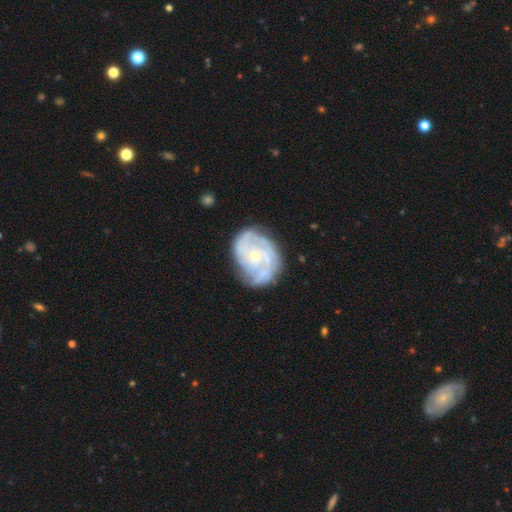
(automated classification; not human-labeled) smooth_or_featured: featured or disk (p=0.80) [alt: smooth p=0.14]
disk_edge_on: no (p=0.98) [alt: yes p=0.02]
bar: no (p=0.77) [alt: weak p=0.19]
has_spiral_arms: yes (p=0.87) [alt: no p=0.13]
spiral_winding: tight (p=0.57) [alt: medium p=0.33]
spiral_arm_count: can't tell (p=0.35) [alt: 2 p=0.24]
bulge_size: small (p=0.77) [alt: moderate p=0.19]
merging: none (p=0.66) [alt: minor disturbance p=0.22]